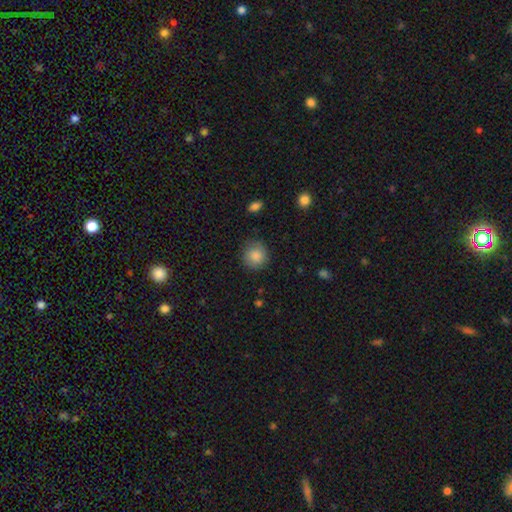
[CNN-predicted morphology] Smooth or featured?
  - smooth: 84% *
  - star or artifact: 8%
  - featured or disk: 8%
How rounded?
  - round: 90% *
  - in between: 9%
  - cigar-shaped: 1%
Merging?
  - none: 82% *
  - minor disturbance: 13%
  - major disturbance: 4%
  - merger: 1%